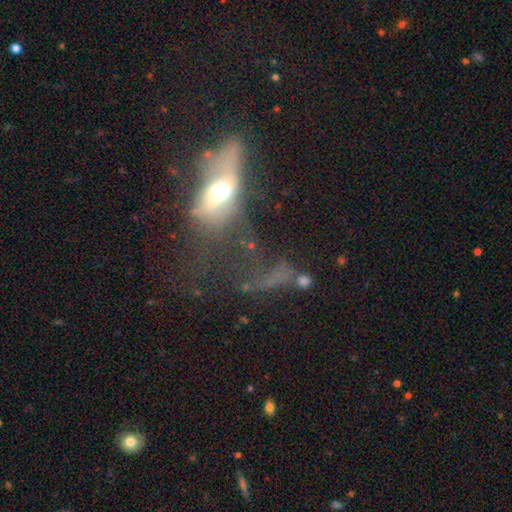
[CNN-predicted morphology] Overall: featured or disk (46%; smooth 35%). Merging: major disturbance (55%; none 17%).